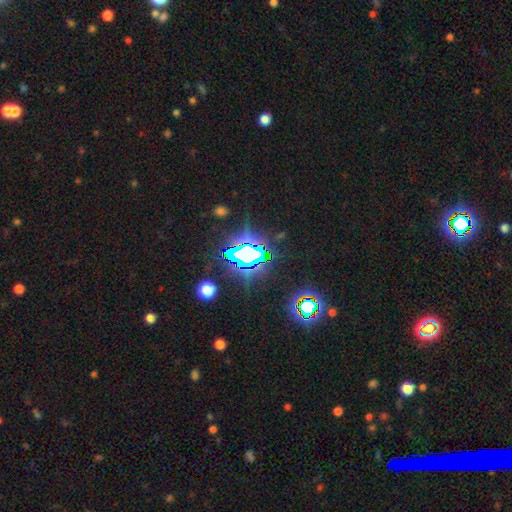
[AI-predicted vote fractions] Smooth or featured? star or artifact (82%)